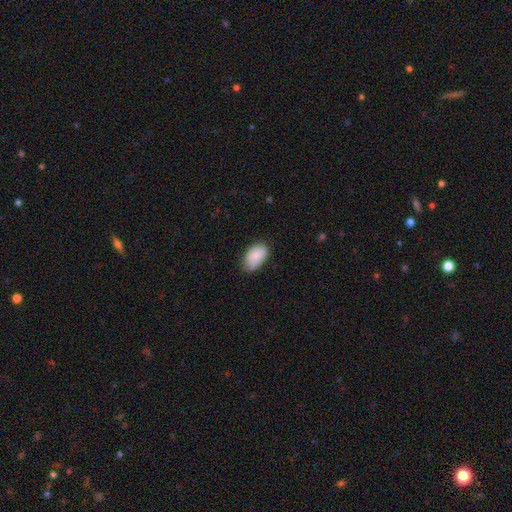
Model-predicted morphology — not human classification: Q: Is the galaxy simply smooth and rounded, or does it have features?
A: smooth — 84%.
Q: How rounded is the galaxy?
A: in between — 93%.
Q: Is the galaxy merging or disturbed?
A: none — 61%.